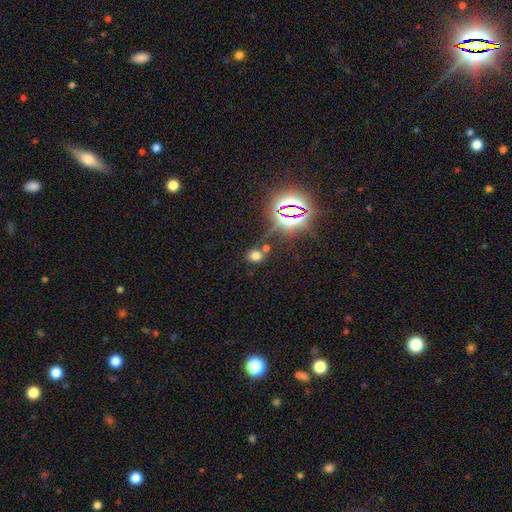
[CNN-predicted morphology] smooth_or_featured: smooth (p=0.63) [alt: star or artifact p=0.29]
how_rounded: round (p=0.55) [alt: in between p=0.44]
merging: none (p=0.61) [alt: merger p=0.22]